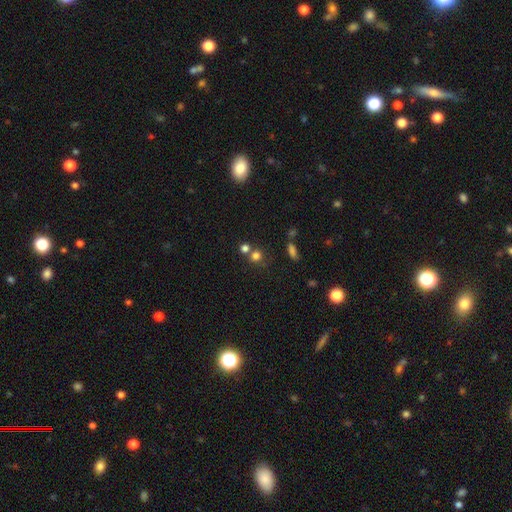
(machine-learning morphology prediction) A smooth galaxy with no disk features (74%) that is round (83%). Merging: none (54%).